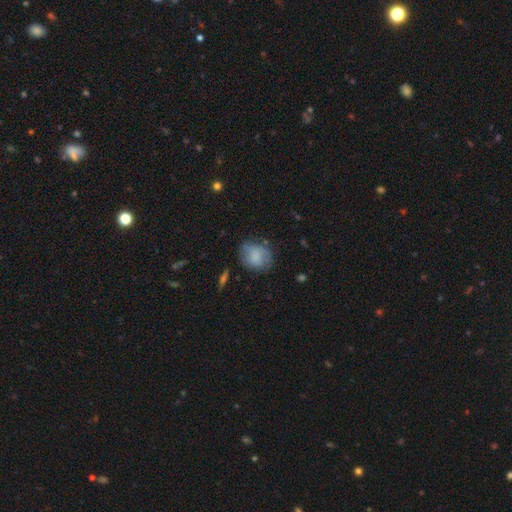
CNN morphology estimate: Overall: smooth (75%). How rounded: round (56%; in between 43%). Merging: none (65%; minor disturbance 25%).